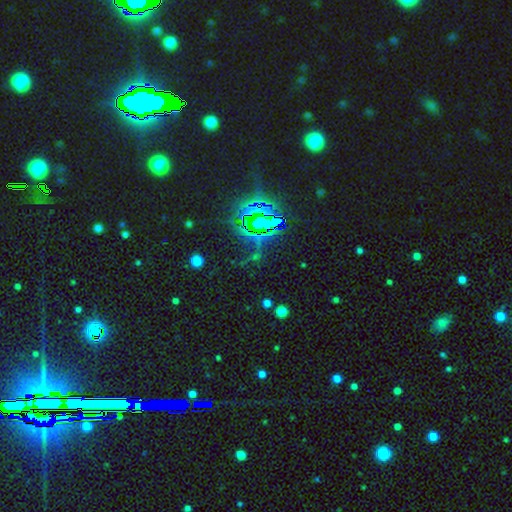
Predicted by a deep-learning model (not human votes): Smooth or featured? Predicted: star or artifact (p=0.77).